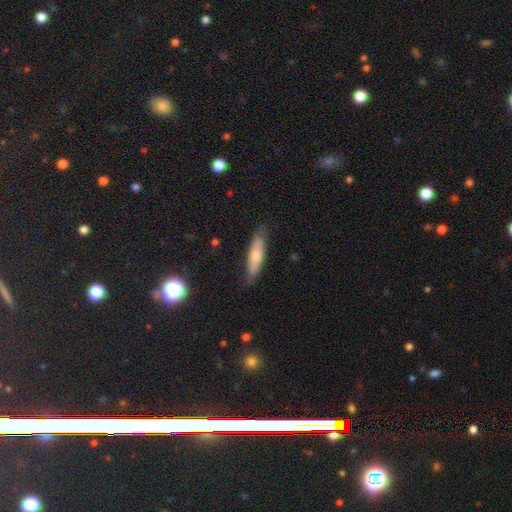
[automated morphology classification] smooth 71%, featured or disk 22%, star or artifact 6%. Down the decision tree: how rounded — cigar-shaped (69%); merging — none (80%).